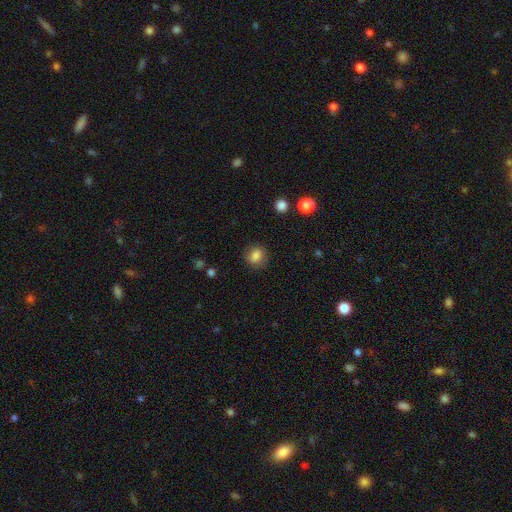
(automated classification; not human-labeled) Smooth or featured? Predicted: smooth (p=0.84). How rounded? Predicted: round (p=0.72). Merging? Predicted: none (p=0.84).